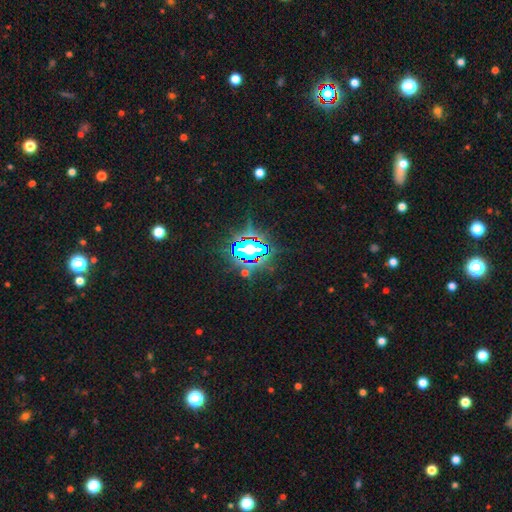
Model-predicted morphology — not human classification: smooth-or-featured: star or artifact: 73% | smooth: 16% | featured or disk: 11%